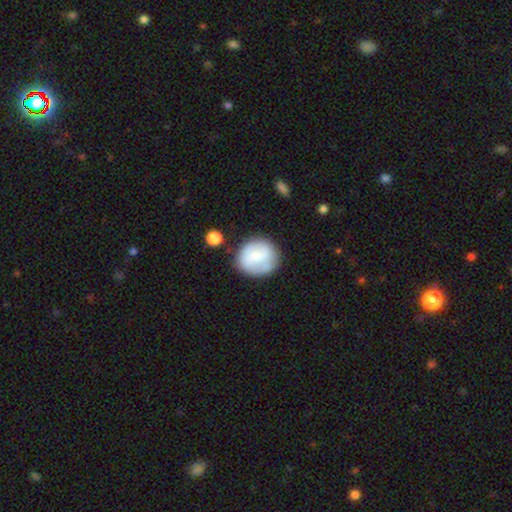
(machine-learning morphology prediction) smooth 56%, featured or disk 37%, star or artifact 7%. Down the decision tree: how rounded — round (79%); merging — none (66%).